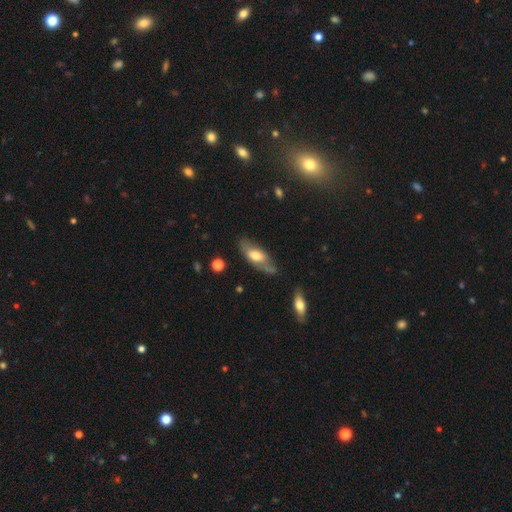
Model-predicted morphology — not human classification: Q: Smooth or featured?
A: smooth (54%); runner-up: featured or disk (39%)
Q: How rounded?
A: in between (76%); runner-up: cigar-shaped (21%)
Q: Merging?
A: none (62%); runner-up: minor disturbance (25%)